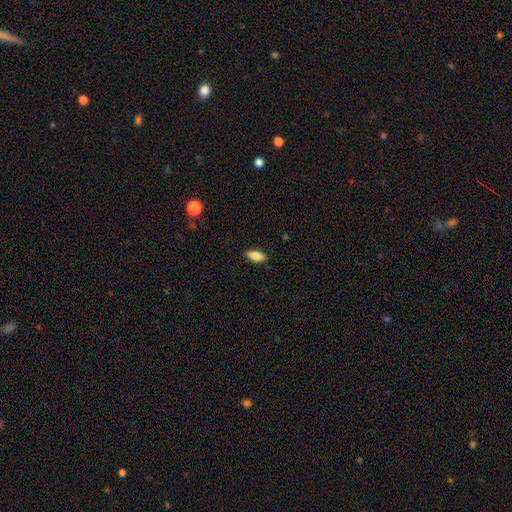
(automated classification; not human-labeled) A smooth galaxy with no disk features (82%) that is in between round and cigar-shaped (83%). Merging: none (88%).